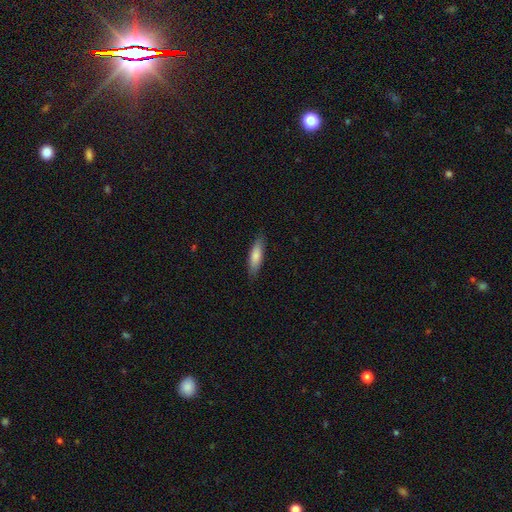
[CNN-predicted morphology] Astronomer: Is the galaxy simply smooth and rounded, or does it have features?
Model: smooth — 77%.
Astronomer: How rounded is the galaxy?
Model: cigar-shaped — 60% (runner-up: in between, 38%).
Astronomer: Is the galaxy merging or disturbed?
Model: none — 86%.